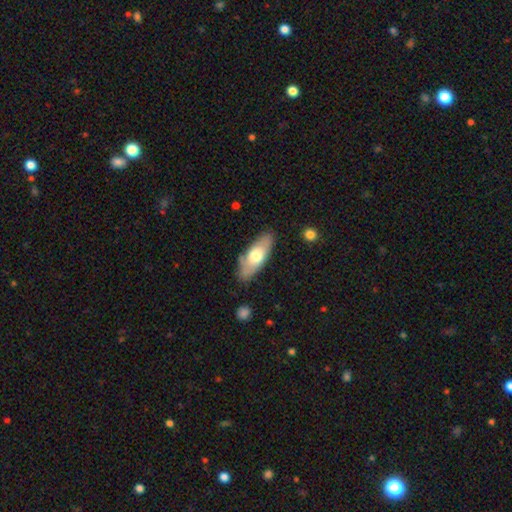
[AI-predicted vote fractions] A smooth galaxy with no disk features (61%) that is in between round and cigar-shaped (77%). Merging: none (78%).